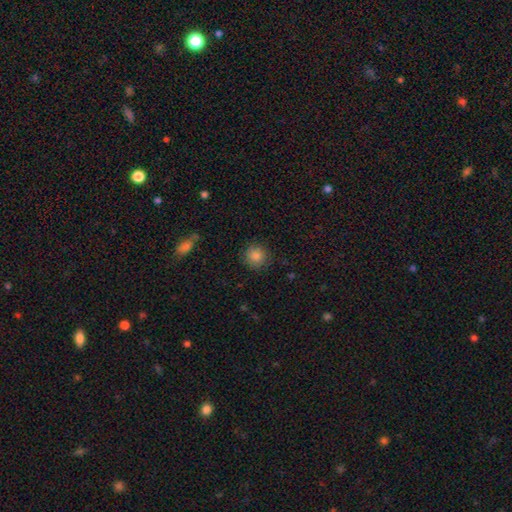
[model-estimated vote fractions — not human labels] smooth-or-featured: smooth: 85% | star or artifact: 10% | featured or disk: 5%
  how-rounded: round: 92% | in between: 7% | cigar-shaped: 1%
  merging: none: 87% | minor disturbance: 9% | major disturbance: 3% | merger: 1%